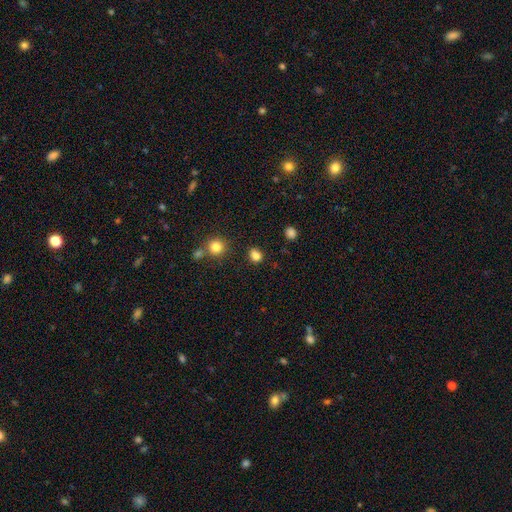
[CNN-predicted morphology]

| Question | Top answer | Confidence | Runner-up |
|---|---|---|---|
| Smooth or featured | smooth | 83% | star or artifact (13%) |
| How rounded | round | 51% | in between (48%) |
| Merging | none | 79% | minor disturbance (13%) |